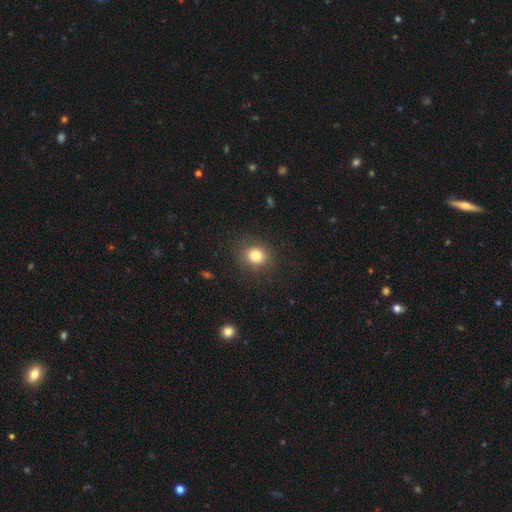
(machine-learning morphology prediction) Overall: smooth (79%). How rounded: round (75%). Merging: none (83%).